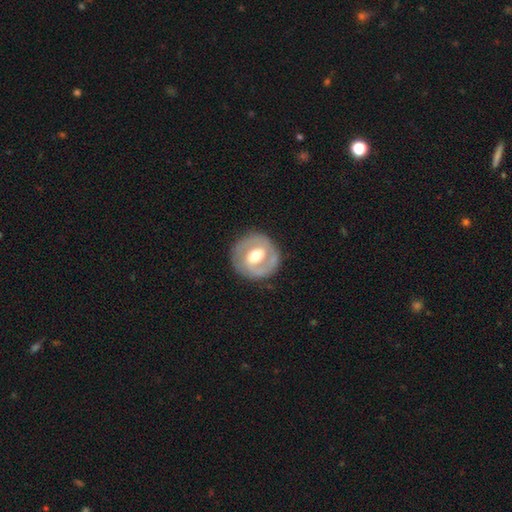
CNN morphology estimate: smooth-or-featured: featured or disk: 69% | smooth: 26% | star or artifact: 5%
  disk-edge-on: no: 97% | yes: 3%
    bar: weak: 44% | strong: 28% | no: 28%
    has-spiral-arms: yes: 61% | no: 39%
    bulge-size: moderate: 70% | large: 18% | small: 10% | dominant: 1% | none: 1%
  merging: none: 84% | minor disturbance: 10% | major disturbance: 5% | merger: 1%